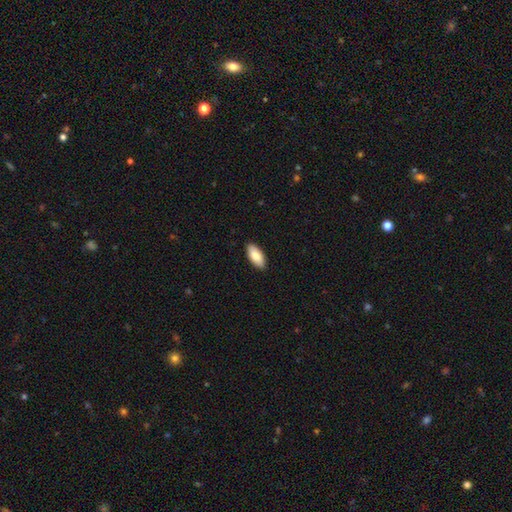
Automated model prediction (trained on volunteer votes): Overall: smooth (85%). How rounded: in between (89%). Merging: none (90%).